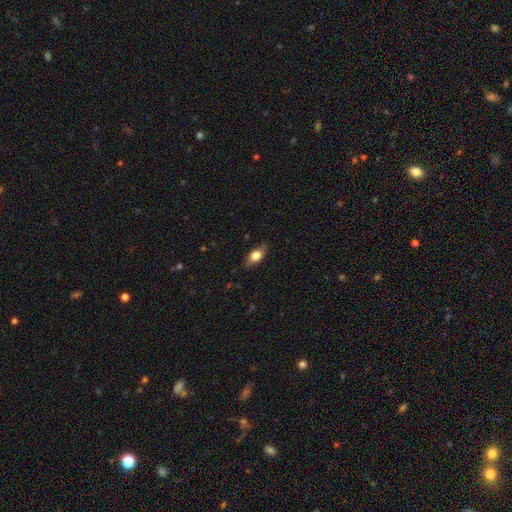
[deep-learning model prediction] Morphology: type=smooth (77%); roundness=in between (85%); merging=none (81%).